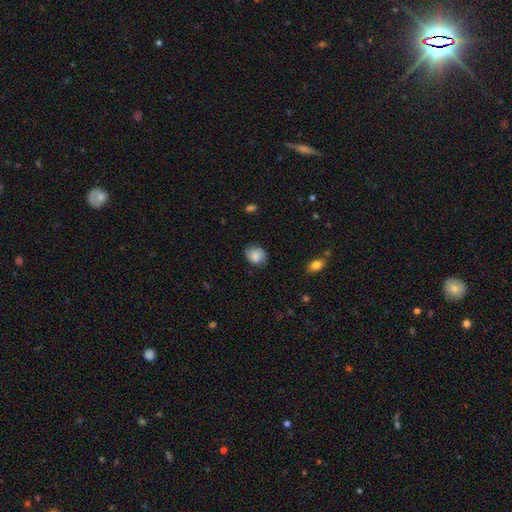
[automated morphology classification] This appears to be a smooth galaxy with no disk features (84%) that is round (67%). Merging: none (77%).